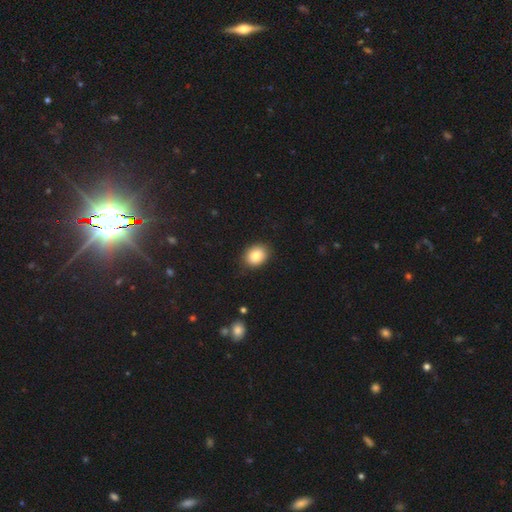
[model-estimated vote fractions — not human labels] Q: Smooth or featured?
A: smooth (85%); runner-up: star or artifact (9%)
Q: How rounded?
A: in between (52%); runner-up: round (47%)
Q: Merging?
A: none (86%); runner-up: minor disturbance (10%)